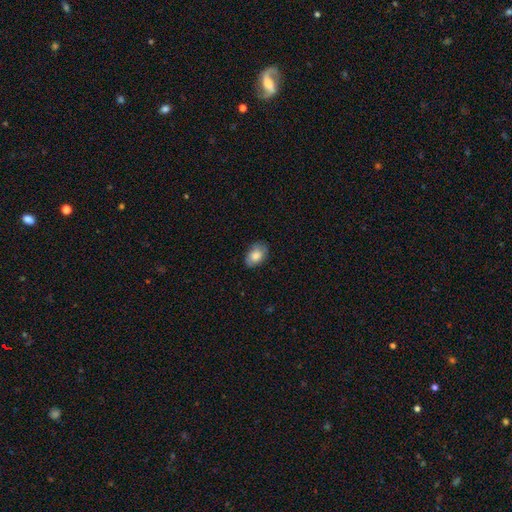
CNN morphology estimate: smooth-or-featured: smooth: 79% | featured or disk: 14% | star or artifact: 7%
  how-rounded: in between: 86% | round: 13% | cigar-shaped: 1%
  merging: none: 78% | minor disturbance: 18% | major disturbance: 3% | merger: 1%